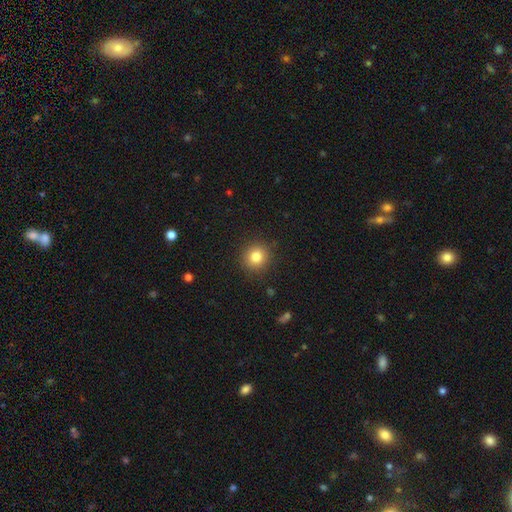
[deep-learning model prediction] Overall: smooth (83%). How rounded: round (90%). Merging: none (90%).